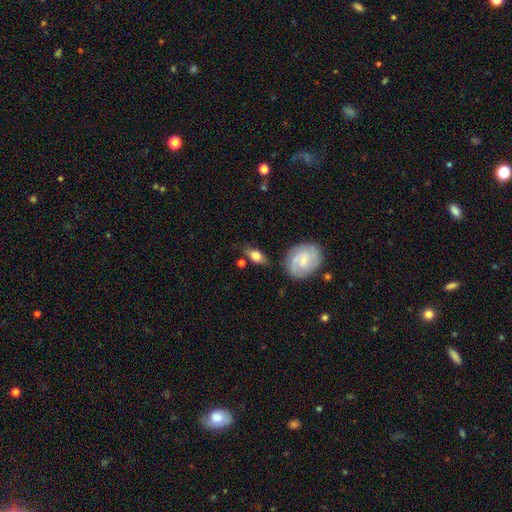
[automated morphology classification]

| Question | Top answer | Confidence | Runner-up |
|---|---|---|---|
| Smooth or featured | smooth | 66% | featured or disk (28%) |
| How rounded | in between | 79% | cigar-shaped (11%) |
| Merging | none | 72% | minor disturbance (16%) |